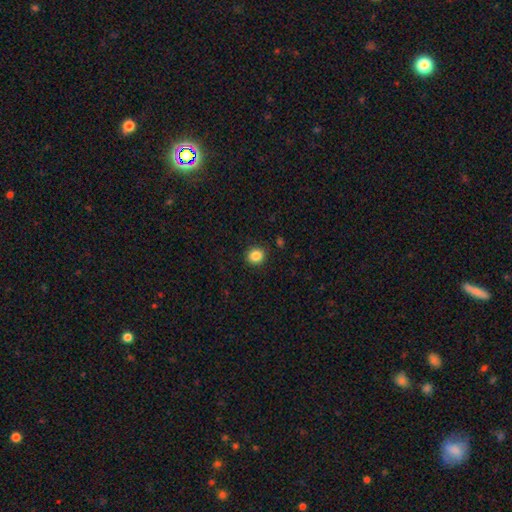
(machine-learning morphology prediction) Smooth or featured: smooth — 86% (star or artifact — 10%)
How rounded: round — 82% (in between — 17%)
Merging: none — 90% (minor disturbance — 7%)